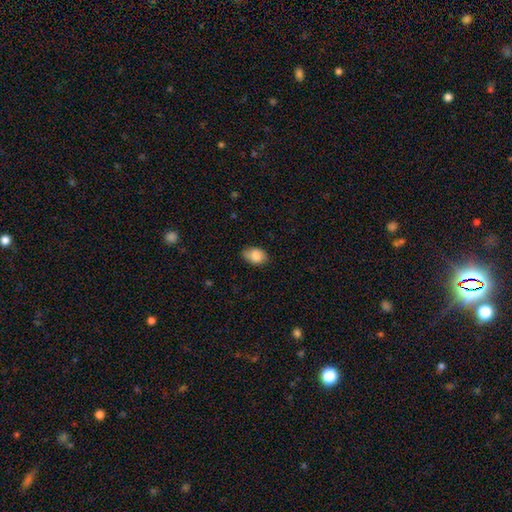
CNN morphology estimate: This appears to be a smooth galaxy with no disk features (83%) that is in between round and cigar-shaped (83%). Merging: none (71%).